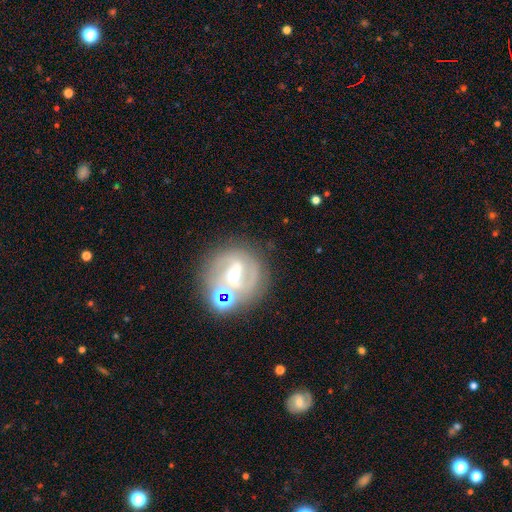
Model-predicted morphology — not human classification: Smooth or featured? Predicted: featured or disk (p=0.76). Edge-on disk? Predicted: no (p=0.96). Bar? Predicted: strong (p=0.42). Spiral arms? Predicted: yes (p=0.84). Spiral winding? Predicted: medium (p=0.45). Spiral arm count? Predicted: 2 (p=0.74). Bulge size? Predicted: moderate (p=0.49). Merging? Predicted: none (p=0.71).